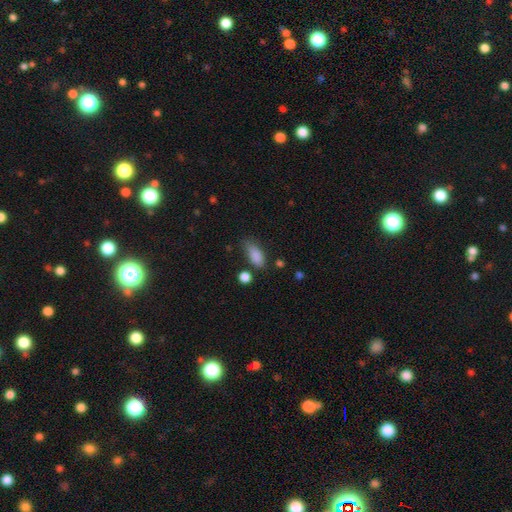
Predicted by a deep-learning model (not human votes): This is clearly a smooth galaxy (85%). How rounded: clearly in between (81%). Merging: possibly none (53%).